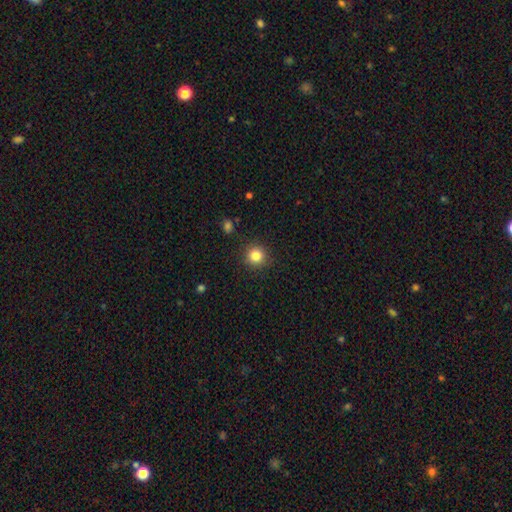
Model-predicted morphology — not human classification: Smooth or featured?
  - smooth: 84% *
  - star or artifact: 11%
  - featured or disk: 5%
How rounded?
  - round: 93% *
  - in between: 6%
  - cigar-shaped: 1%
Merging?
  - none: 90% *
  - minor disturbance: 7%
  - major disturbance: 2%
  - merger: 1%